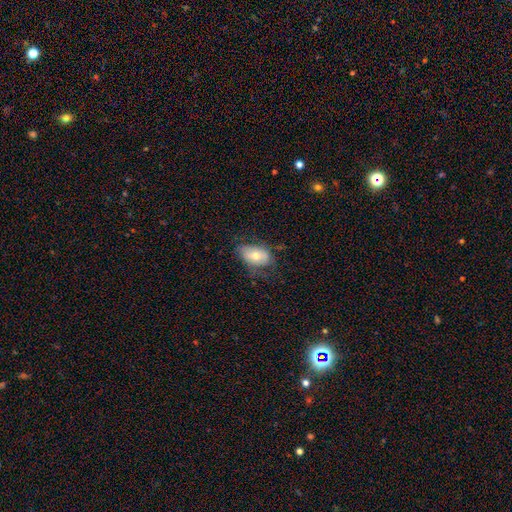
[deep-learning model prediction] smooth_or_featured: smooth (p=0.64) [alt: featured or disk p=0.28]
how_rounded: in between (p=0.90) [alt: round p=0.08]
merging: none (p=0.53) [alt: minor disturbance p=0.29]